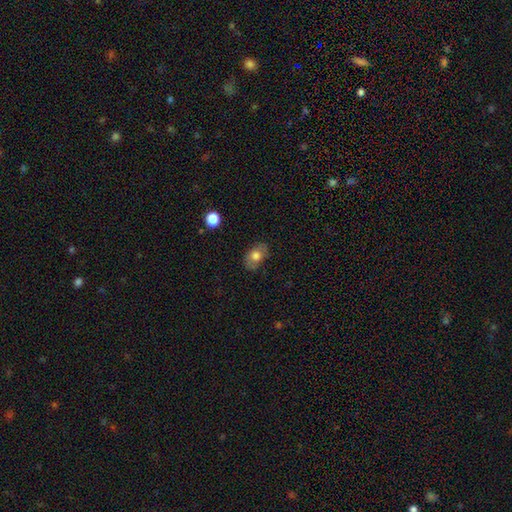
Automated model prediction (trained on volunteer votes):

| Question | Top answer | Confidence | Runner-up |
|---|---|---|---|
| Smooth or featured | smooth | 71% | featured or disk (21%) |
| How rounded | in between | 84% | round (14%) |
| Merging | none | 79% | minor disturbance (16%) |